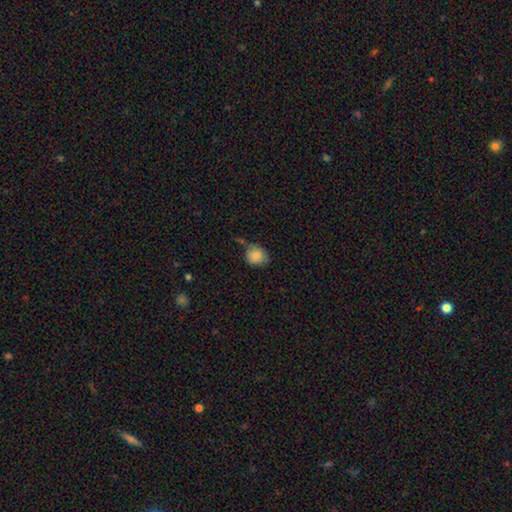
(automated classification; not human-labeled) smooth 82%, featured or disk 9%, star or artifact 8%. Down the decision tree: how rounded — round (68%); merging — none (51%).